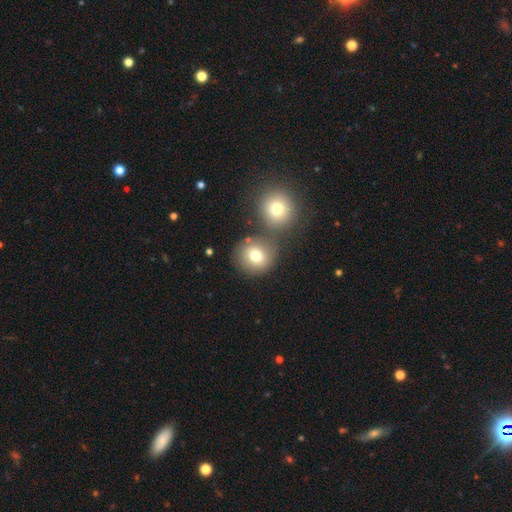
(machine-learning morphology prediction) Smooth or featured? Predicted: smooth (p=0.76). How rounded? Predicted: round (p=0.88). Merging? Predicted: none (p=0.63).